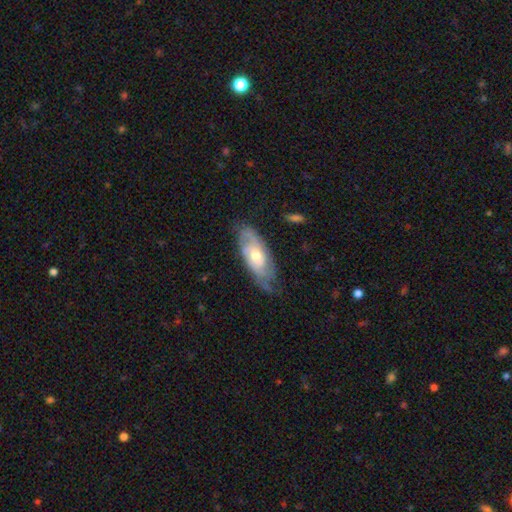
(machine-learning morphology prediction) Q: Smooth or featured?
A: featured or disk (71%); runner-up: smooth (24%)
Q: Edge-on disk?
A: no (87%); runner-up: yes (13%)
Q: Bar?
A: no (70%); runner-up: weak (25%)
Q: Spiral arms?
A: yes (88%); runner-up: no (12%)
Q: Spiral winding?
A: tight (54%); runner-up: medium (35%)
Q: Spiral arm count?
A: 2 (40%); runner-up: can't tell (38%)
Q: Bulge size?
A: moderate (64%); runner-up: small (29%)
Q: Merging?
A: none (65%); runner-up: minor disturbance (26%)